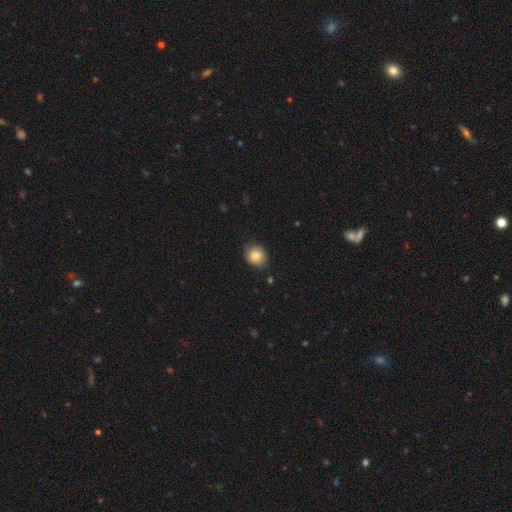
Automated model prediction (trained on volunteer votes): This is clearly a smooth galaxy (83%). How rounded: likely round (77%). Merging: clearly none (85%).